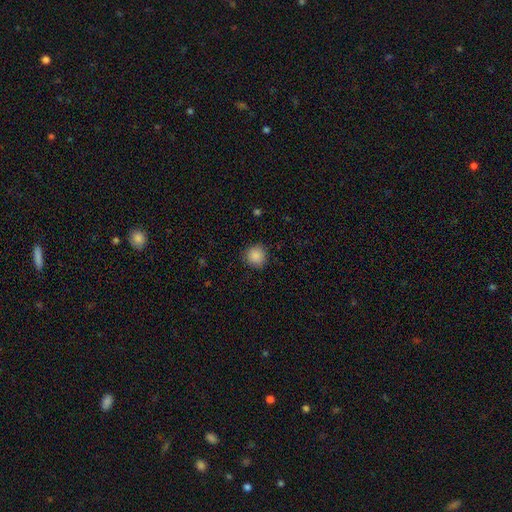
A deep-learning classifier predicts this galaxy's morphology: type=smooth (88%); roundness=round (93%); merging=none (88%).